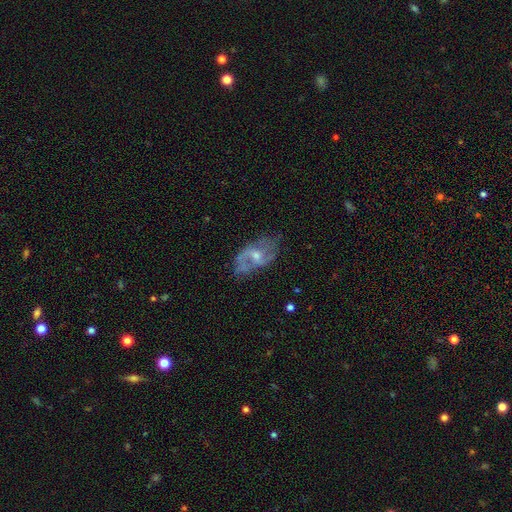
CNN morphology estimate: featured or disk 76%, smooth 16%, star or artifact 8%. Down the decision tree: edge-on disk — no (95%); bar — no (49%); spiral arms — yes (83%); spiral arm count — 2 (69%); spiral winding — loose (50%); bulge size — moderate (51%); merging — none (57%).